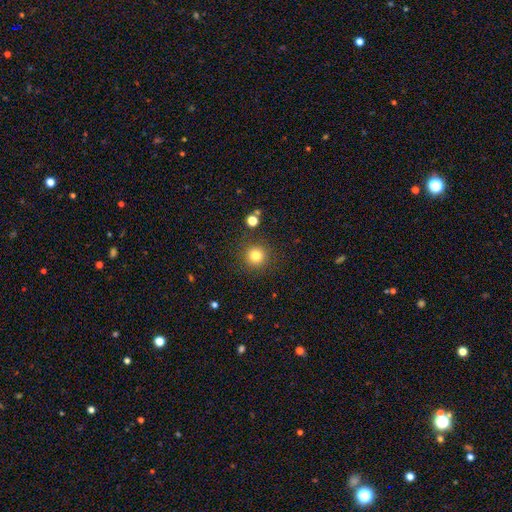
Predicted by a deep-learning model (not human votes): smooth 80%, star or artifact 13%, featured or disk 6%. Down the decision tree: how rounded — round (95%); merging — none (88%).